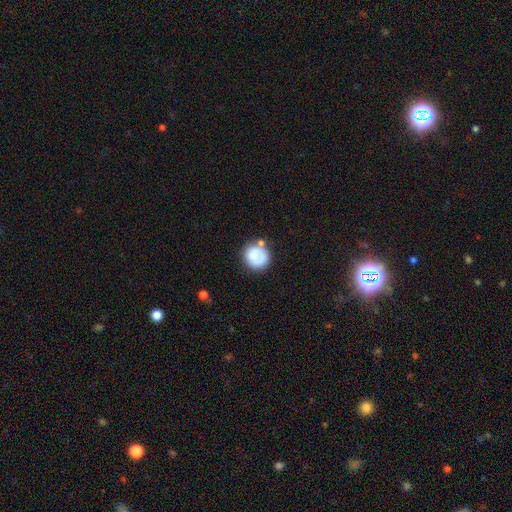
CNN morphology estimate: smooth_or_featured: smooth (p=0.75) [alt: featured or disk p=0.18]
how_rounded: round (p=0.87) [alt: in between p=0.12]
merging: none (p=0.61) [alt: minor disturbance p=0.19]